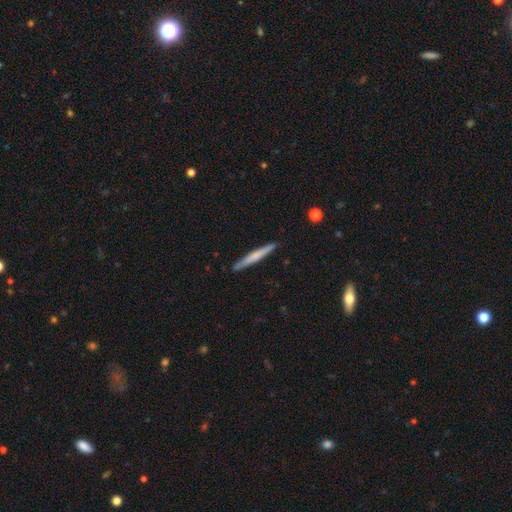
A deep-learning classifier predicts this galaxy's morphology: Smooth or featured?
  - smooth: 54% *
  - featured or disk: 41%
  - star or artifact: 5%
How rounded?
  - cigar-shaped: 96% *
  - in between: 2%
  - round: 1%
Merging?
  - none: 91% *
  - minor disturbance: 7%
  - major disturbance: 1%
  - merger: 1%